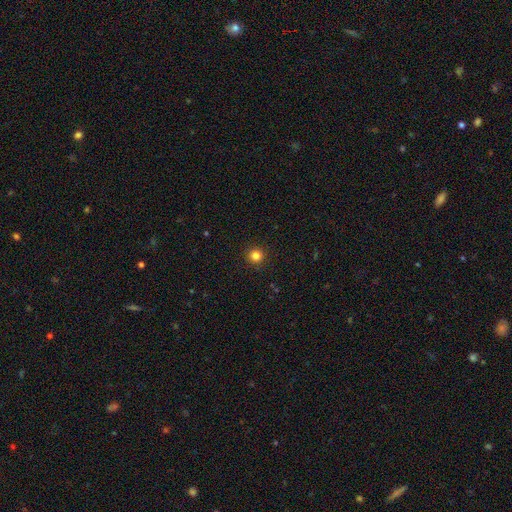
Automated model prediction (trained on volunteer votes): The model was most divided on "smooth or featured": smooth: 82%, star or artifact: 13%, featured or disk: 4%. More confident: how rounded — round (95%); merging — none (93%).